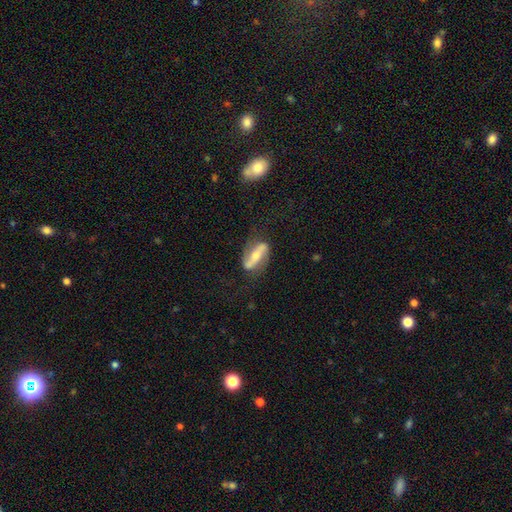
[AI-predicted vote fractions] A featured or disk galaxy (72%) with a strong bar (64%), spiral arms (82%) and a moderate central bulge (53%). Merging: none (73%).